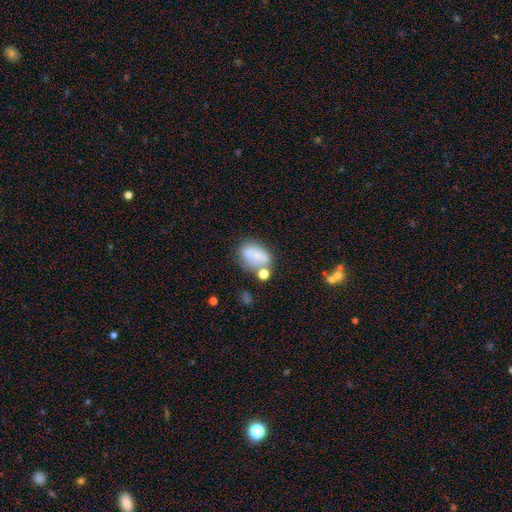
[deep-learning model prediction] The model was most divided on "merging": none: 39%, merger: 25%, minor disturbance: 23%, major disturbance: 13%. More confident: how rounded — in between (80%); smooth or featured — smooth (58%).